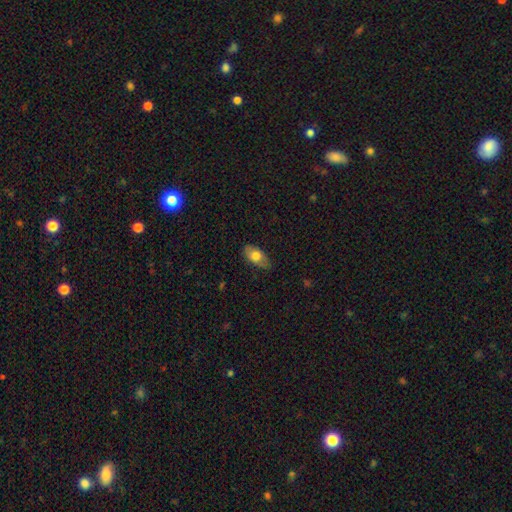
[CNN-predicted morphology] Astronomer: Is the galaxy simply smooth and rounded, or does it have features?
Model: smooth — 73%.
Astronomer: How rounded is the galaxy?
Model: in between — 90%.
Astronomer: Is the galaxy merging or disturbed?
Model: none — 79%.